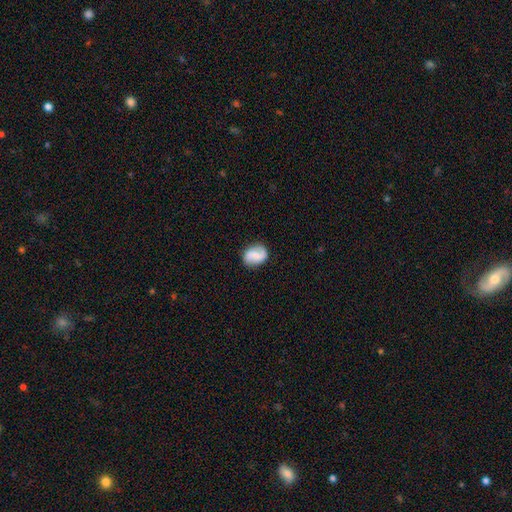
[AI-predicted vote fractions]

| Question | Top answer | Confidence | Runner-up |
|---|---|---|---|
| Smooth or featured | featured or disk | 56% | smooth (37%) |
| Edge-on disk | no | 97% | yes (3%) |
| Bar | weak | 44% | no (33%) |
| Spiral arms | yes | 88% | no (12%) |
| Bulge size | small | 46% | moderate (35%) |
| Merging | none | 83% | minor disturbance (13%) |